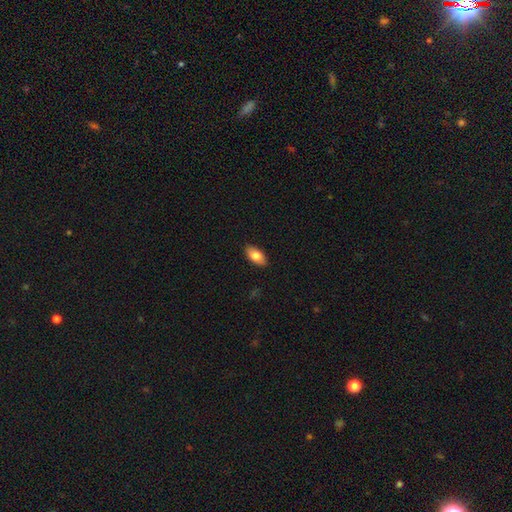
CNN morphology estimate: A smooth galaxy with no disk features (80%) that is in between round and cigar-shaped (92%).

Vote fractions:
- Smooth or featured? smooth: 80% / featured or disk: 14% / star or artifact: 7%
- How rounded? in between: 92% / cigar-shaped: 5% / round: 3%
- Merging? none: 89% / minor disturbance: 8% / major disturbance: 2% / merger: 1%